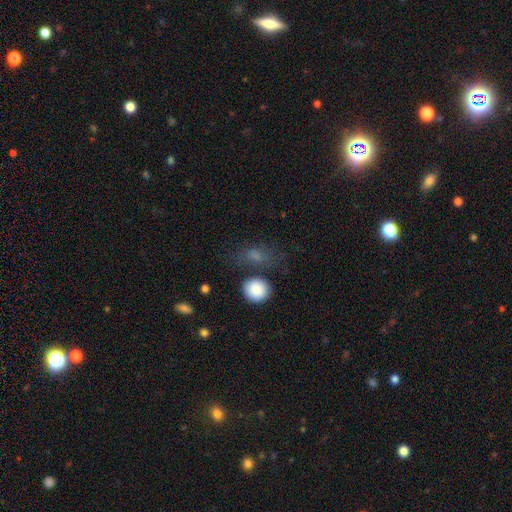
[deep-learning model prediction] smooth 67%, star or artifact 18%, featured or disk 15%. Down the decision tree: how rounded — in between (47%); merging — none (53%).